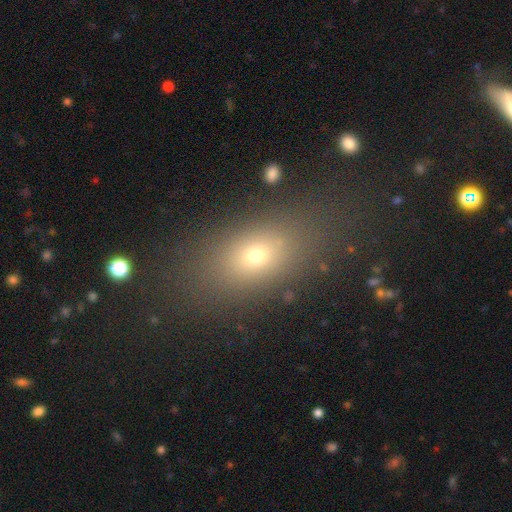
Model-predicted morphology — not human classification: smooth 69%, star or artifact 16%, featured or disk 15%. Down the decision tree: how rounded — in between (78%); merging — none (76%).